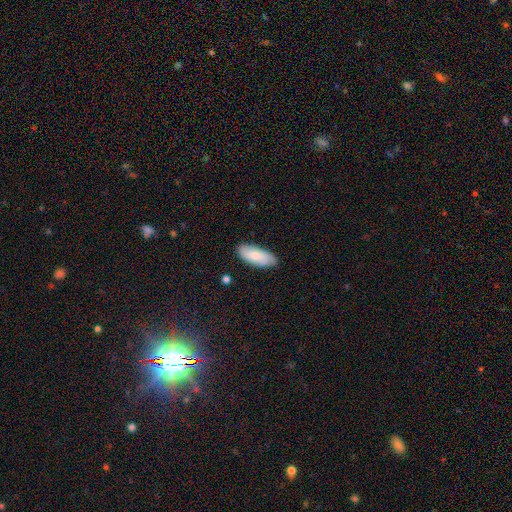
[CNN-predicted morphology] Smooth or featured? smooth (78%)
How rounded? in between (84%)
Merging? none (82%)